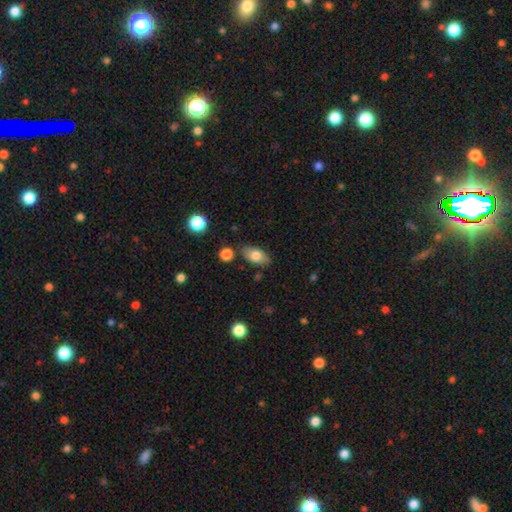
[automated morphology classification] Smooth or featured?
  - smooth: 78% *
  - featured or disk: 14%
  - star or artifact: 7%
How rounded?
  - in between: 90% *
  - round: 6%
  - cigar-shaped: 4%
Merging?
  - none: 80% *
  - minor disturbance: 13%
  - merger: 4%
  - major disturbance: 3%